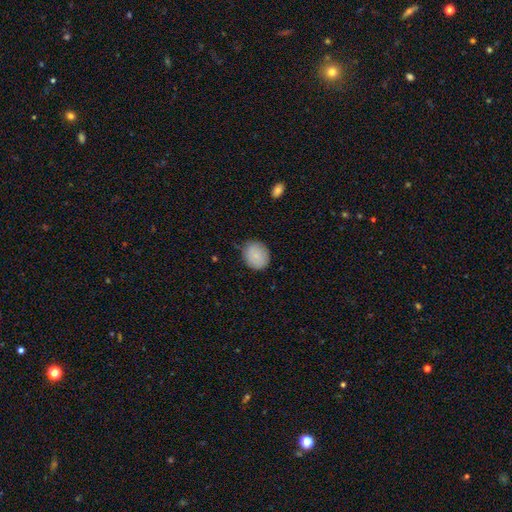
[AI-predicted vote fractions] The model was most divided on "how rounded": round: 66%, in between: 33%, cigar-shaped: 1%. More confident: smooth or featured — smooth (85%); merging — none (77%).